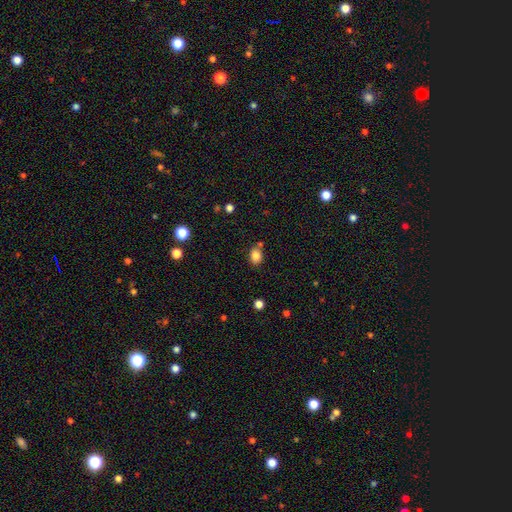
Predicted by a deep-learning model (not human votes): Morphology: type=smooth (84%); roundness=in between (65%); merging=none (74%).